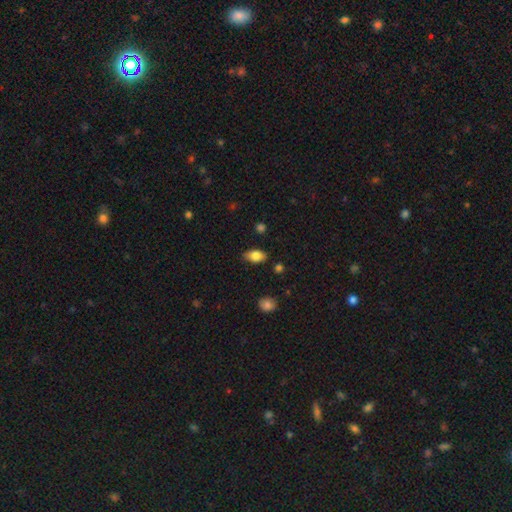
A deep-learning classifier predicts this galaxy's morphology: Smooth or featured?
  - smooth: 81% *
  - featured or disk: 11%
  - star or artifact: 7%
How rounded?
  - in between: 91% *
  - round: 6%
  - cigar-shaped: 4%
Merging?
  - none: 82% *
  - minor disturbance: 14%
  - major disturbance: 2%
  - merger: 2%